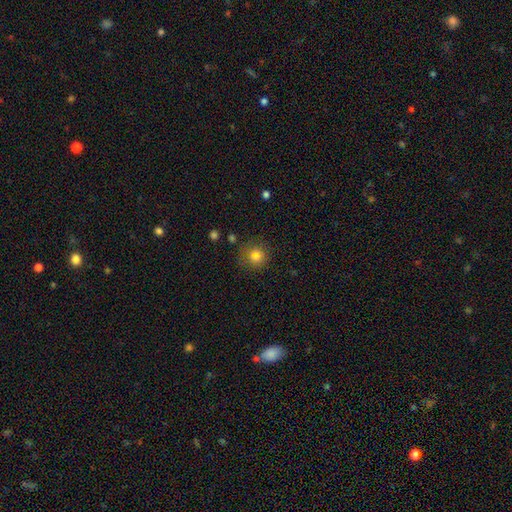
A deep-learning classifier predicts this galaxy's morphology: Smooth or featured?
  - smooth: 69% *
  - star or artifact: 21%
  - featured or disk: 11%
How rounded?
  - round: 89% *
  - in between: 10%
  - cigar-shaped: 1%
Merging?
  - none: 74% *
  - merger: 11%
  - minor disturbance: 11%
  - major disturbance: 4%